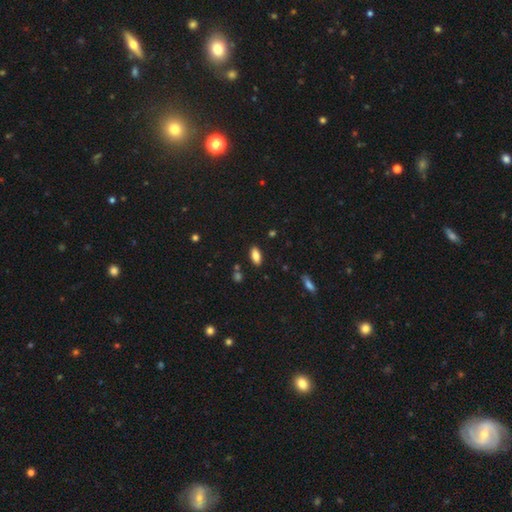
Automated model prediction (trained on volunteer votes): smooth 81%, featured or disk 10%, star or artifact 9%. Down the decision tree: how rounded — in between (88%); merging — none (86%).